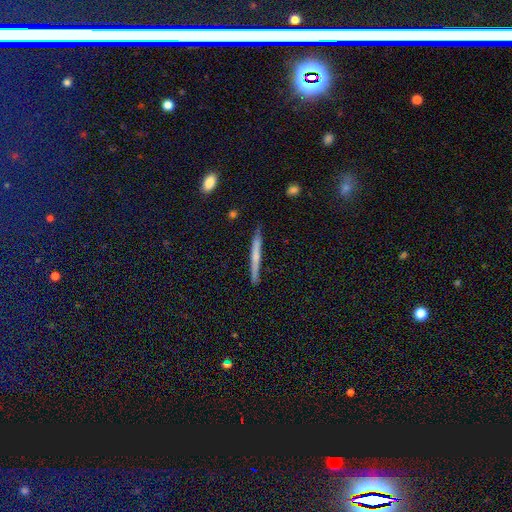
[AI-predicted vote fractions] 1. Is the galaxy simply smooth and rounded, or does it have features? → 49% smooth, 44% featured or disk, 7% star or artifact.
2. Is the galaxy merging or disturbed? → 84% none, 12% minor disturbance, 2% major disturbance, 2% merger.